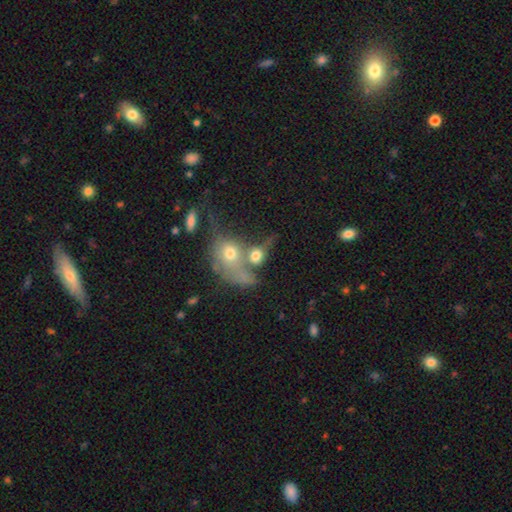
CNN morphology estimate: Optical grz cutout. It shows a smooth galaxy with no disk features (57%) that is round (50%). Merging: merger (61%).